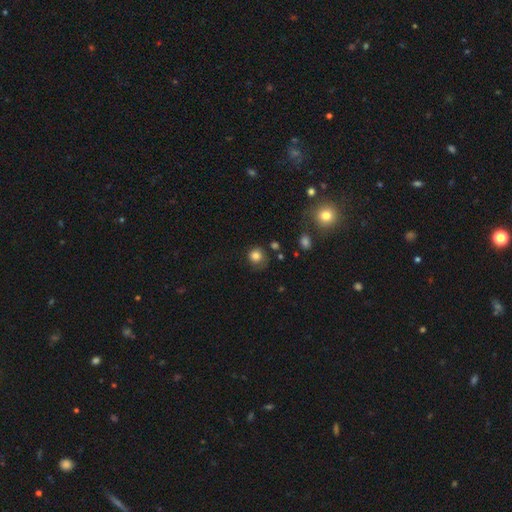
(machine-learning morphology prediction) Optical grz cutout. It shows a smooth galaxy with no disk features (81%) that is round (84%). Merging: none (64%).